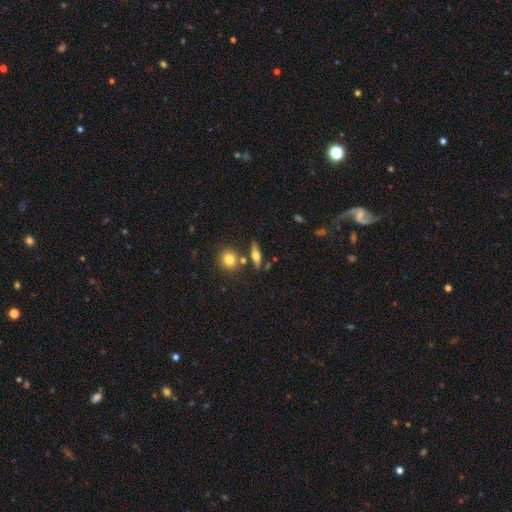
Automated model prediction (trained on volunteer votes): The model was most divided on "smooth or featured": smooth: 49%, featured or disk: 42%, star or artifact: 9%. More confident: merging — none (76%).